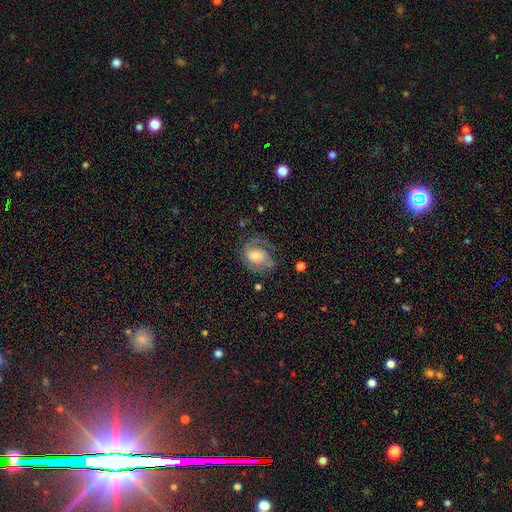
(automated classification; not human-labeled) This appears to be a featured or disk galaxy (68%) with no bar (55%), 2 (54%) medium (43%) spiral arms (89%) and a moderate central bulge (47%). Merging: none (60%).